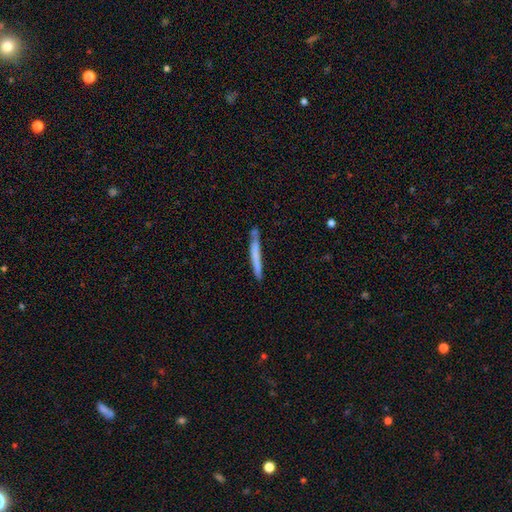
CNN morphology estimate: Smooth or featured? Predicted: smooth (p=0.63). How rounded? Predicted: cigar-shaped (p=0.96). Merging? Predicted: none (p=0.78).